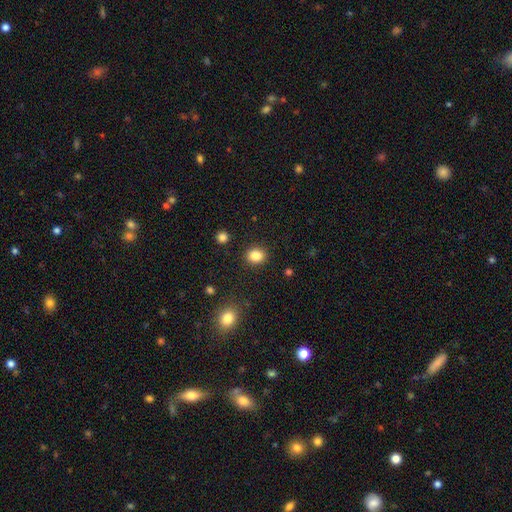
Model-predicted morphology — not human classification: This appears to be a smooth galaxy with no disk features (85%) that is round (65%). Merging: none (89%).